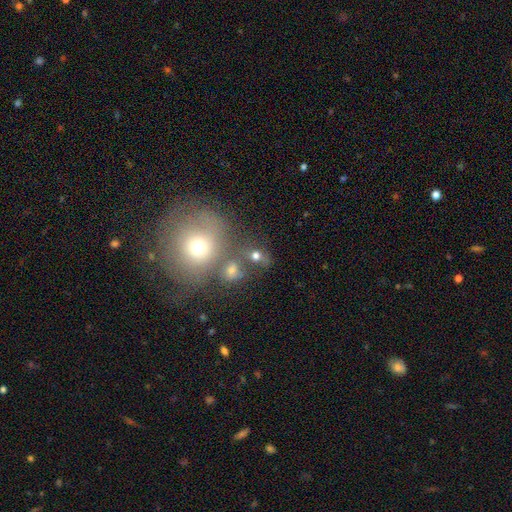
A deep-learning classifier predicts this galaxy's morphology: smooth-or-featured: smooth: 64% | star or artifact: 19% | featured or disk: 17%
  how-rounded: round: 56% | in between: 42% | cigar-shaped: 3%
  merging: none: 43% | merger: 33% | minor disturbance: 13% | major disturbance: 10%